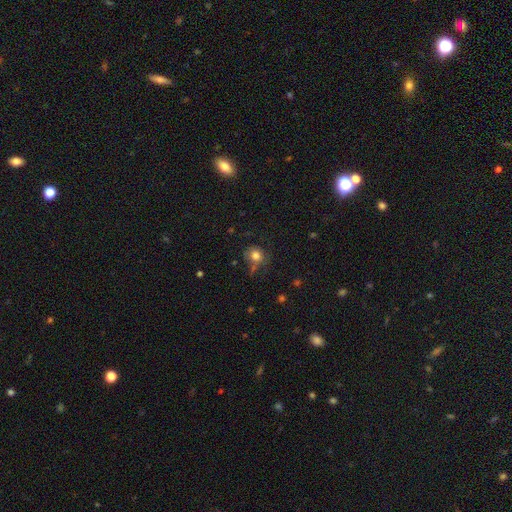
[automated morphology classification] Smooth or featured?
  - smooth: 78% *
  - star or artifact: 12%
  - featured or disk: 10%
How rounded?
  - round: 80% *
  - in between: 19%
  - cigar-shaped: 1%
Merging?
  - none: 62% *
  - minor disturbance: 22%
  - major disturbance: 10%
  - merger: 6%